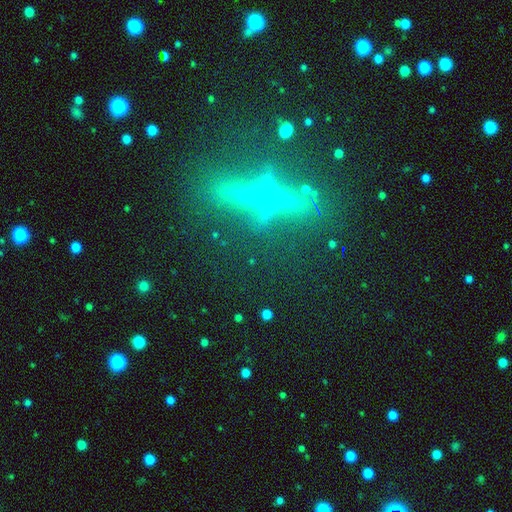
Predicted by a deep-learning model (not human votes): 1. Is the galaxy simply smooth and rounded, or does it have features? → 72% featured or disk, 15% star or artifact, 13% smooth.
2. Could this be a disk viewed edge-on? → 92% yes, 8% no.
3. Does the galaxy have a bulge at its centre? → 89% rounded, 7% none, 3% boxy.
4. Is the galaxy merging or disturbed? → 82% none, 11% minor disturbance, 4% major disturbance, 3% merger.